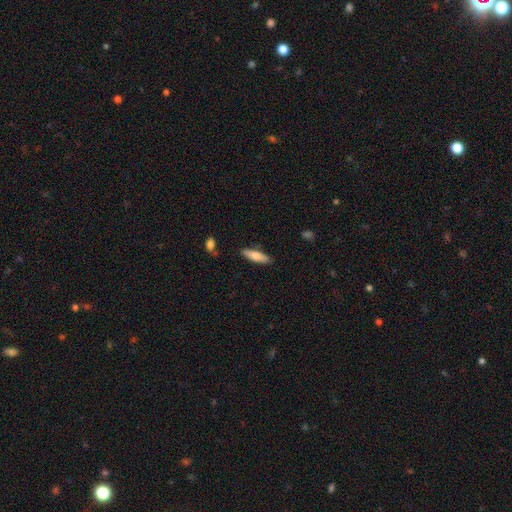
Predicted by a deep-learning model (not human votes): smooth_or_featured: smooth (p=0.73) [alt: featured or disk p=0.21]
how_rounded: cigar-shaped (p=0.62) [alt: in between p=0.36]
merging: none (p=0.86) [alt: minor disturbance p=0.11]